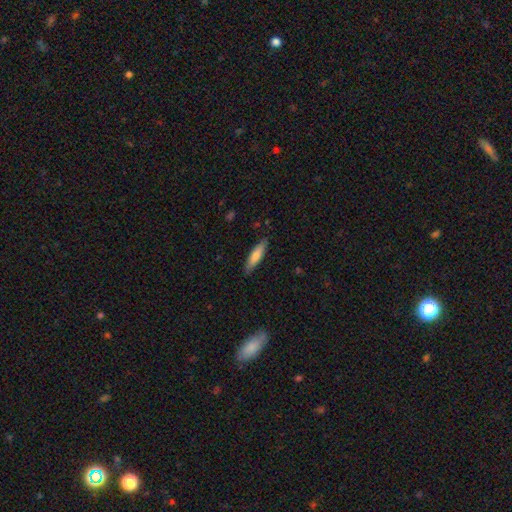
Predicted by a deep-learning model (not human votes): smooth_or_featured: smooth (p=0.74) [alt: featured or disk p=0.21]
how_rounded: cigar-shaped (p=0.71) [alt: in between p=0.27]
merging: none (p=0.87) [alt: minor disturbance p=0.10]